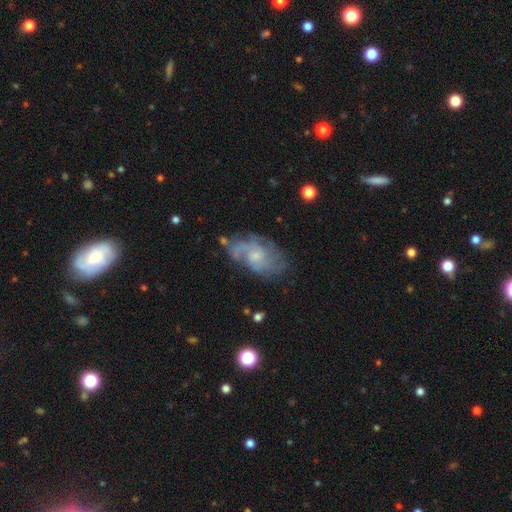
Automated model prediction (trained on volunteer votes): This is likely a featured or disk galaxy (76%). It is clearly not viewed edge-on (96%). Bar: likely no (62%). Spiral arm pattern: clearly yes (89%). Spiral arm count: marginally 2 (36%). Spiral winding: marginally medium (44%). Central bulge: possibly small (58%). Merging: possibly none (58%).